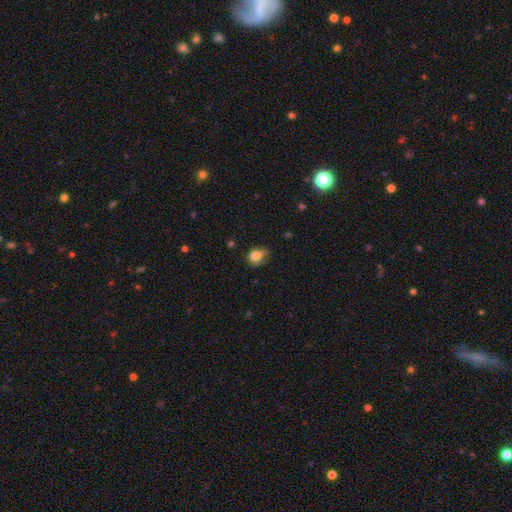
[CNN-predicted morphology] A smooth galaxy with no disk features (81%) that is in between round and cigar-shaped (50%). Merging: minor disturbance (41%).